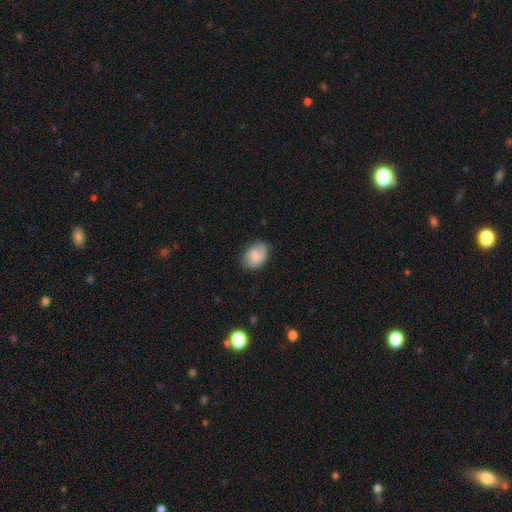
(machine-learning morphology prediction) Smooth or featured? Predicted: smooth (p=0.63). How rounded? Predicted: in between (p=0.73). Merging? Predicted: none (p=0.71).